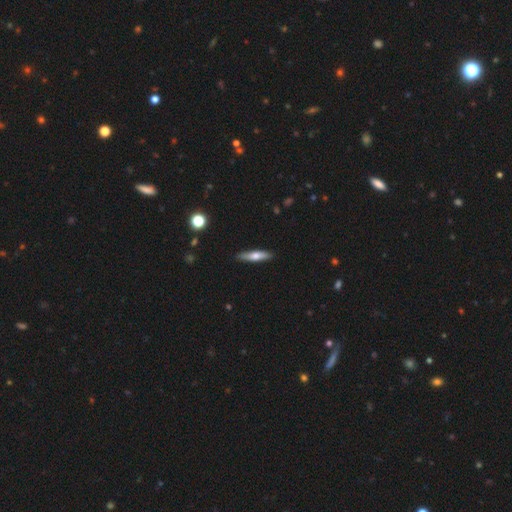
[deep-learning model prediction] Q: Smooth or featured?
A: smooth (59%); runner-up: featured or disk (35%)
Q: How rounded?
A: cigar-shaped (80%); runner-up: in between (18%)
Q: Merging?
A: none (89%); runner-up: minor disturbance (8%)